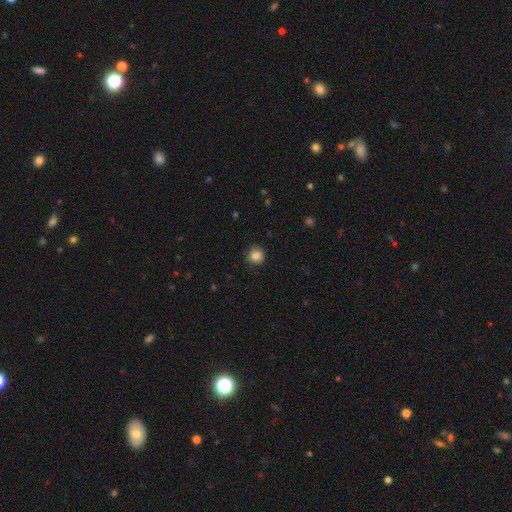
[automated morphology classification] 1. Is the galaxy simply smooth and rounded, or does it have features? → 83% smooth, 10% star or artifact, 7% featured or disk.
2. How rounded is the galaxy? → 87% round, 12% in between, 1% cigar-shaped.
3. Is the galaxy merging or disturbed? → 86% none, 11% minor disturbance, 3% major disturbance, 1% merger.